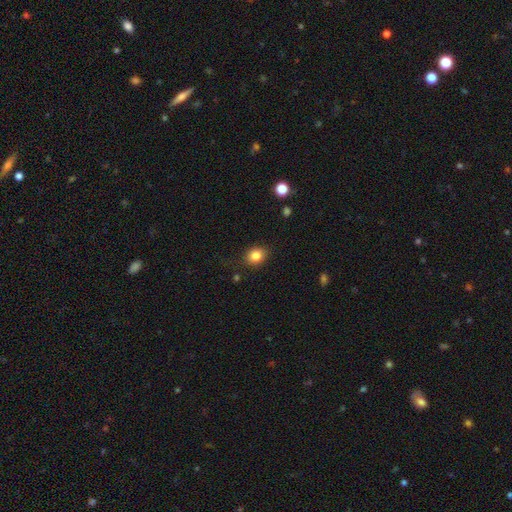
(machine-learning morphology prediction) smooth 84%, star or artifact 10%, featured or disk 6%. Down the decision tree: how rounded — round (55%); merging — none (83%).